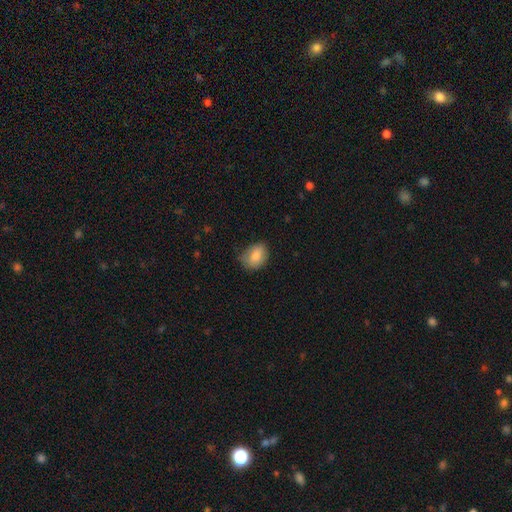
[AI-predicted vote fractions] The model was most divided on "merging": none: 68%, minor disturbance: 26%, major disturbance: 5%, merger: 1%. More confident: smooth or featured — smooth (82%); how rounded — in between (70%).